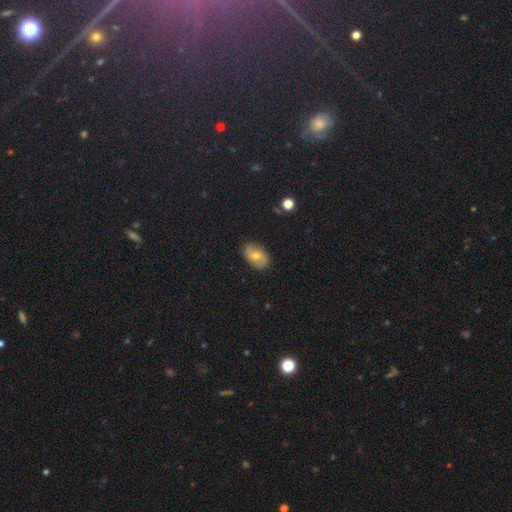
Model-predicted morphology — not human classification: This appears to be a smooth galaxy with no disk features (52%) that is in between round and cigar-shaped (86%). Merging: none (86%).